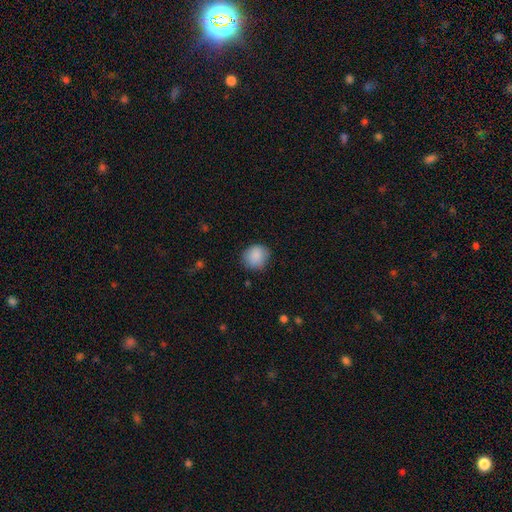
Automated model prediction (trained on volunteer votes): A smooth galaxy with no disk features (88%) that is round (81%). Merging: none (82%).